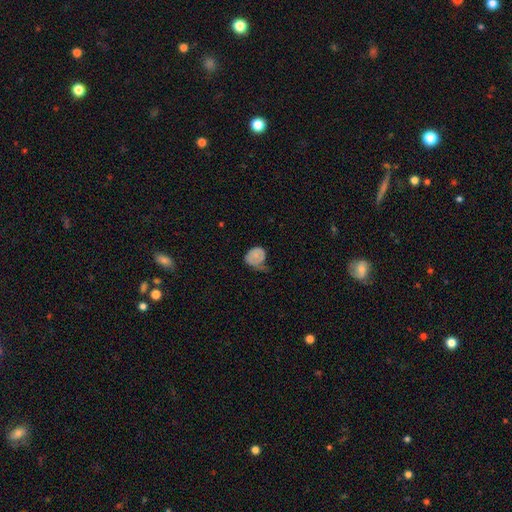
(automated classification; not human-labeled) smooth-or-featured: smooth: 66% | featured or disk: 24% | star or artifact: 10%
  how-rounded: round: 53% | in between: 46% | cigar-shaped: 1%
  merging: minor disturbance: 37% | none: 31% | major disturbance: 27% | merger: 4%